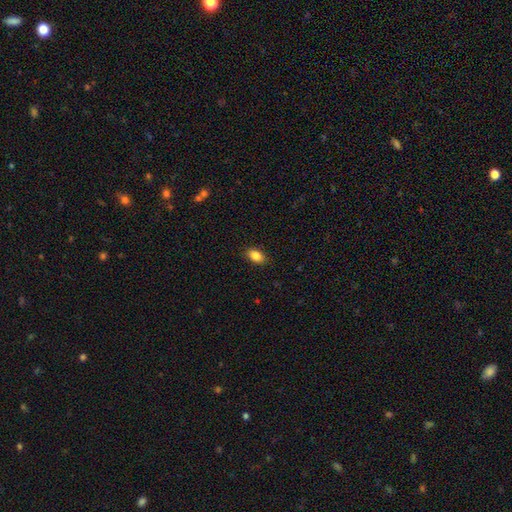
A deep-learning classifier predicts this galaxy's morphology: smooth 86%, star or artifact 8%, featured or disk 5%. Down the decision tree: how rounded — in between (89%); merging — none (88%).